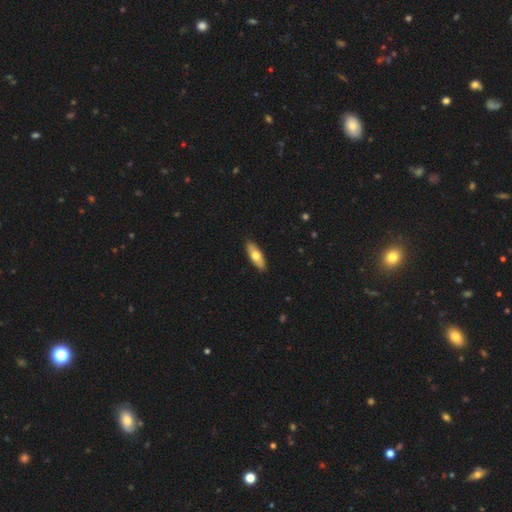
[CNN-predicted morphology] A smooth galaxy with no disk features (63%) that is in between round and cigar-shaped (63%). Merging: none (90%).